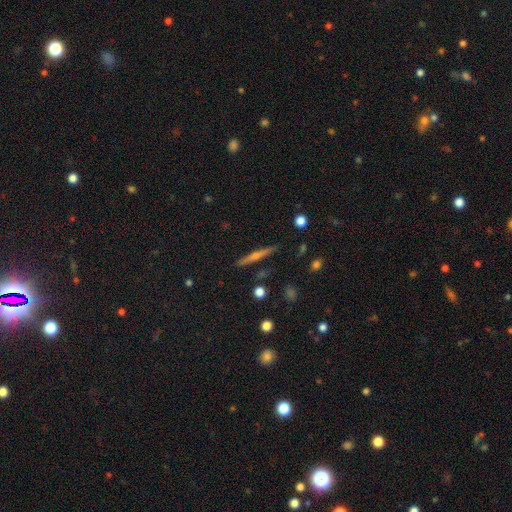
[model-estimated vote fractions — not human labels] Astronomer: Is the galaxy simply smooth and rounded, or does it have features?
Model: featured or disk — 64%.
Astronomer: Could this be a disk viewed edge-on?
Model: yes — 97%.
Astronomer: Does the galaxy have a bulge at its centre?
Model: rounded — 78%.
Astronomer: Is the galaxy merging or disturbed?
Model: none — 89%.